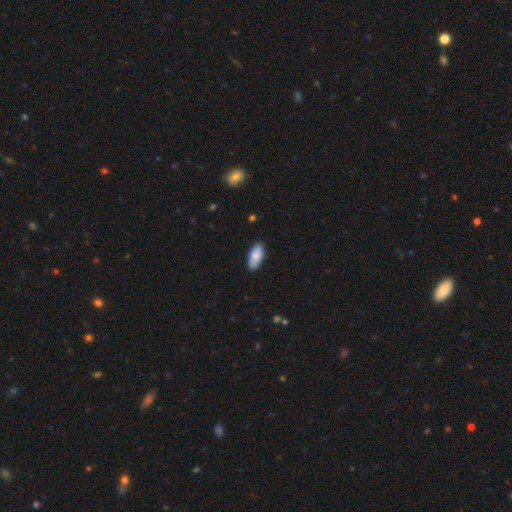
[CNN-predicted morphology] This appears to be a smooth galaxy with no disk features (86%) that is in between round and cigar-shaped (90%). Merging: none (86%).